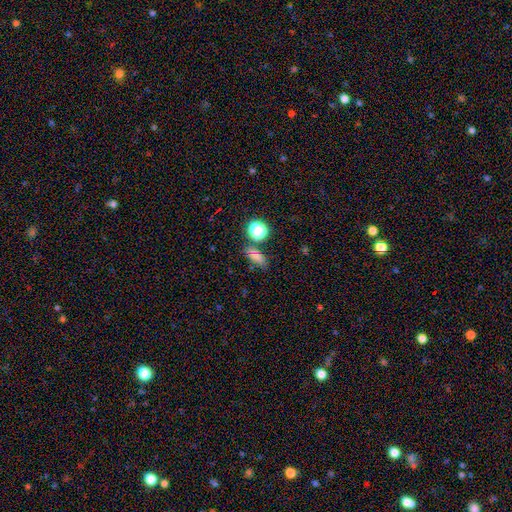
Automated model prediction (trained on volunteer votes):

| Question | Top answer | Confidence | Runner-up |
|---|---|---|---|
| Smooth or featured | smooth | 69% | star or artifact (22%) |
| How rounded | in between | 69% | round (19%) |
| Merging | none | 71% | minor disturbance (15%) |